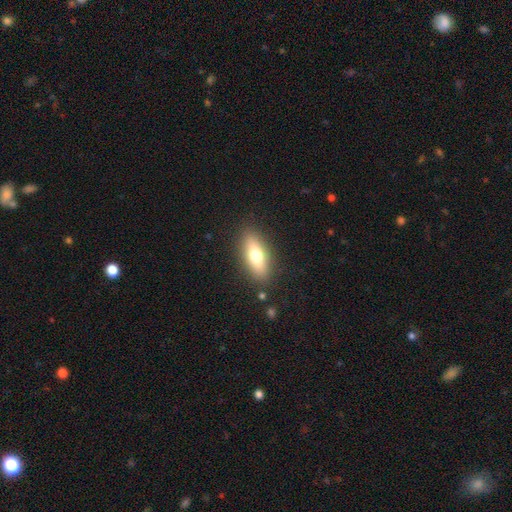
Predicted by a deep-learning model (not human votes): Smooth or featured? Predicted: smooth (p=0.67). How rounded? Predicted: in between (p=0.65). Merging? Predicted: none (p=0.87).